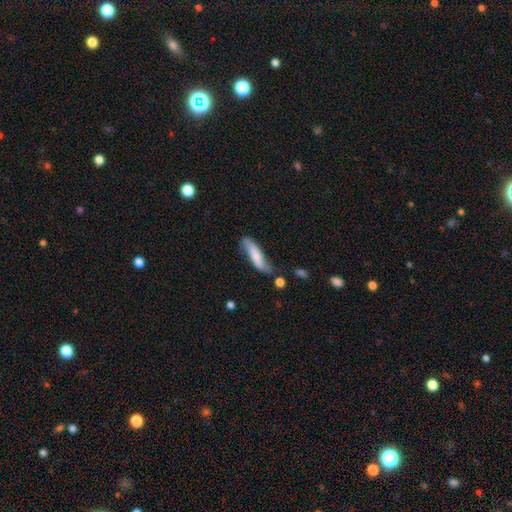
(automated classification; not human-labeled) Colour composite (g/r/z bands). It shows a smooth galaxy with no disk features (72%) that is cigar-shaped (72%). Merging: none (56%).